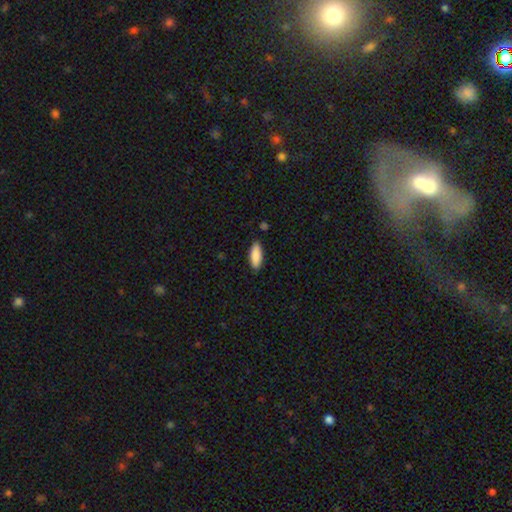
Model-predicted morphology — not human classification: Overall: smooth (88%). How rounded: in between (72%). Merging: none (86%).